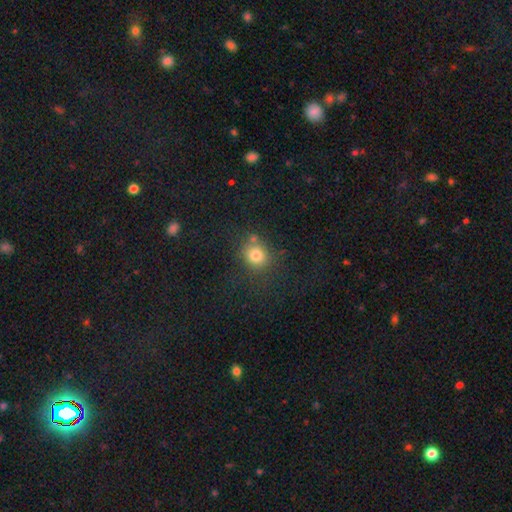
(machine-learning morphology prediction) A smooth galaxy with no disk features (79%) that is round (81%).

Vote fractions:
- Smooth or featured? smooth: 79% / star or artifact: 14% / featured or disk: 7%
- How rounded? round: 81% / in between: 18% / cigar-shaped: 1%
- Merging? none: 72% / minor disturbance: 14% / merger: 9% / major disturbance: 6%